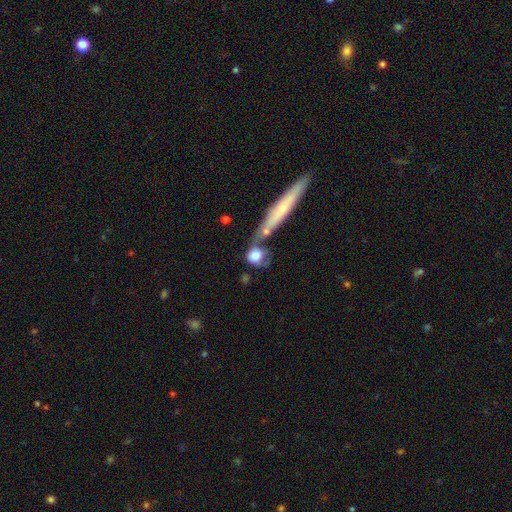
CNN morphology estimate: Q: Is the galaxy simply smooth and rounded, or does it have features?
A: smooth — 66%.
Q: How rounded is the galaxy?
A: round — 59%.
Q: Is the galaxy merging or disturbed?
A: merger — 38%.